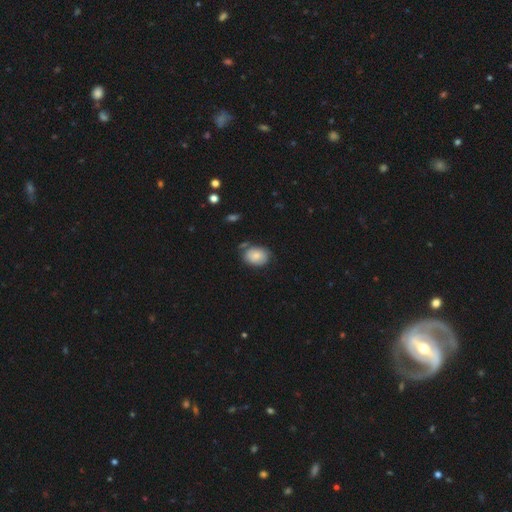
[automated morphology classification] smooth_or_featured: smooth (p=0.77) [alt: featured or disk p=0.15]
how_rounded: in between (p=0.70) [alt: round p=0.29]
merging: none (p=0.65) [alt: minor disturbance p=0.23]